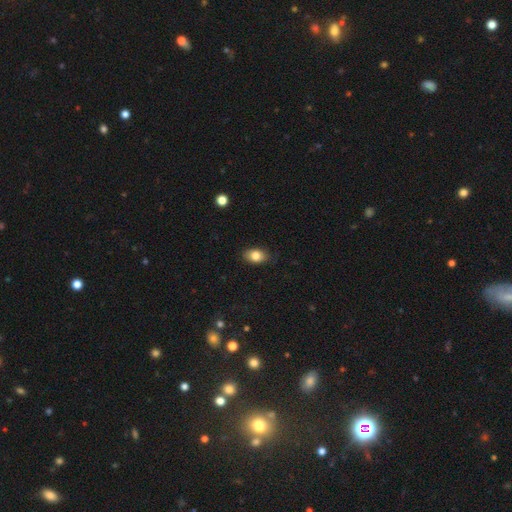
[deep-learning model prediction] A smooth galaxy with no disk features (83%) that is in between round and cigar-shaped (84%). Merging: none (83%).